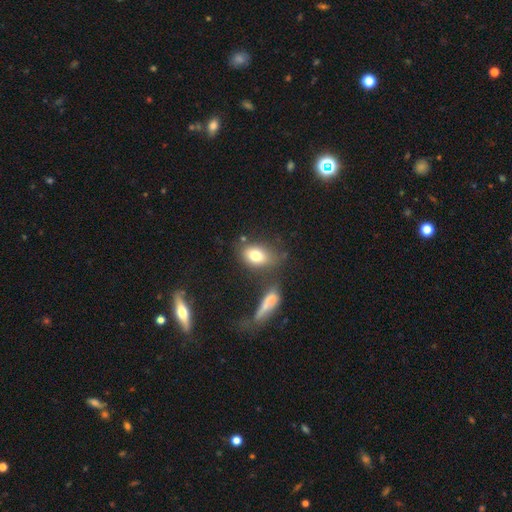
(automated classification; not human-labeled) Morphology: type=smooth (77%); roundness=in between (81%); merging=none (57%).